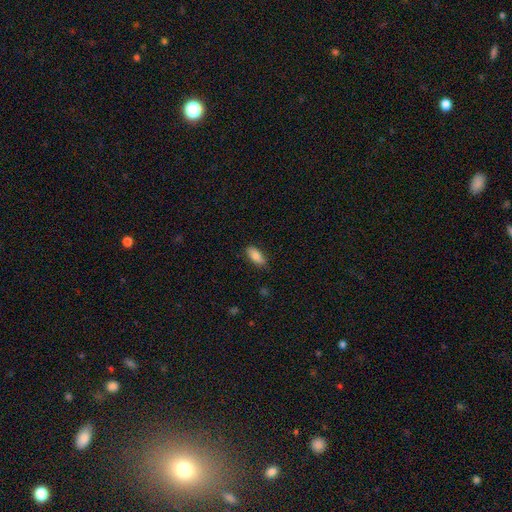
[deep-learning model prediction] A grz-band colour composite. It shows a smooth galaxy with no disk features (82%) that is in between round and cigar-shaped (86%). Merging: none (83%).